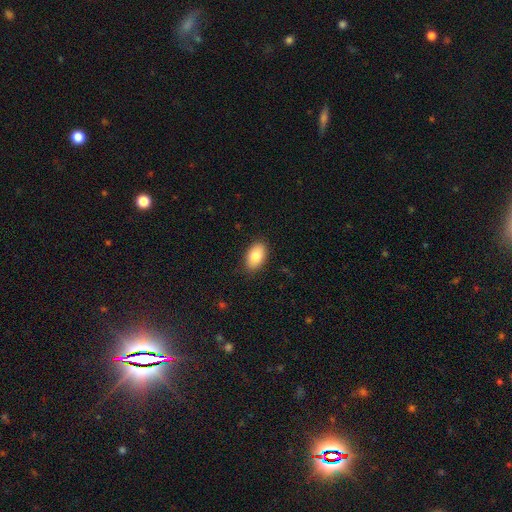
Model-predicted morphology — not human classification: This is clearly a smooth galaxy (83%). How rounded: clearly in between (92%). Merging: clearly none (86%).